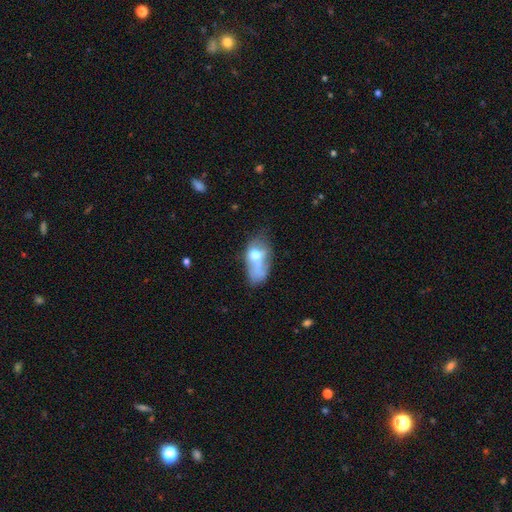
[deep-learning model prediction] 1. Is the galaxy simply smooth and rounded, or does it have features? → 53% smooth, 36% featured or disk, 11% star or artifact.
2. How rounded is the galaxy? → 85% in between, 11% round, 4% cigar-shaped.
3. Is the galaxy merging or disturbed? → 33% major disturbance, 23% minor disturbance, 22% none, 22% merger.